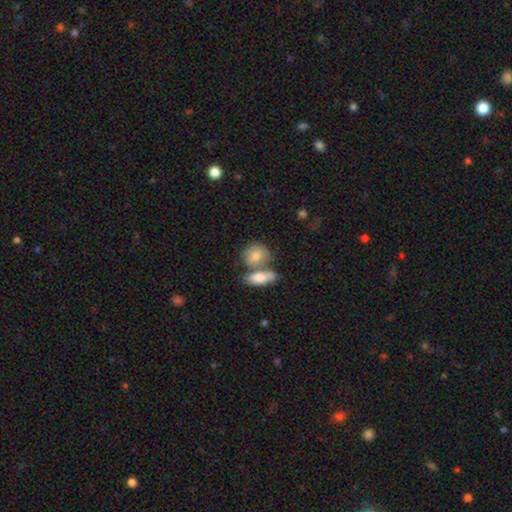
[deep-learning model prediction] A smooth galaxy with no disk features (81%) that is round (49%).

Vote fractions:
- Smooth or featured? smooth: 81% / featured or disk: 13% / star or artifact: 7%
- How rounded? round: 49% / in between: 47% / cigar-shaped: 4%
- Merging? merger: 43% (tied) / none: 43% (tied) / minor disturbance: 10% / major disturbance: 4%